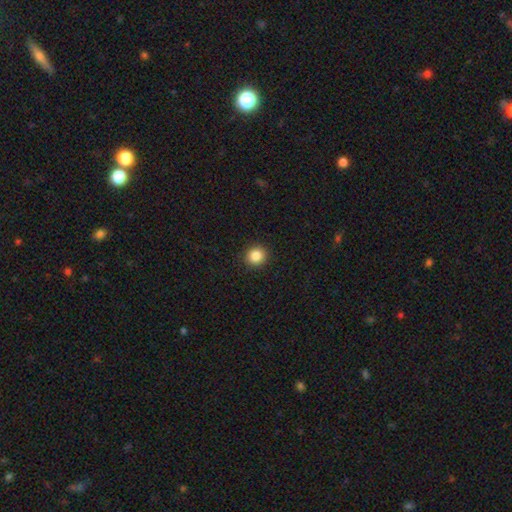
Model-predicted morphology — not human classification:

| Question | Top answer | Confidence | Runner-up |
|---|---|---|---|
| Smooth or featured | smooth | 86% | star or artifact (10%) |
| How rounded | round | 90% | in between (9%) |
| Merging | none | 92% | minor disturbance (5%) |